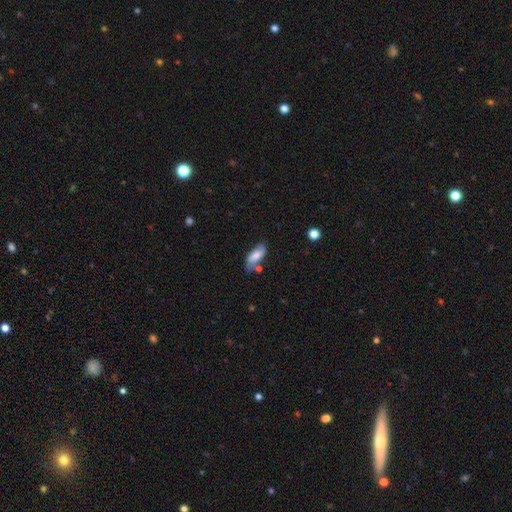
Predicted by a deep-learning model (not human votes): This is likely a smooth galaxy (67%). How rounded: clearly in between (82%). Merging: possibly none (57%).